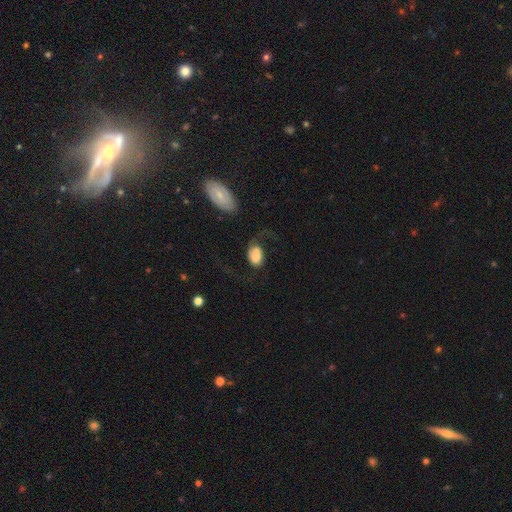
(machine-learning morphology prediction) Overall: smooth (53%; featured or disk 38%). How rounded: in between (78%). Merging: major disturbance (41%; none 31%).